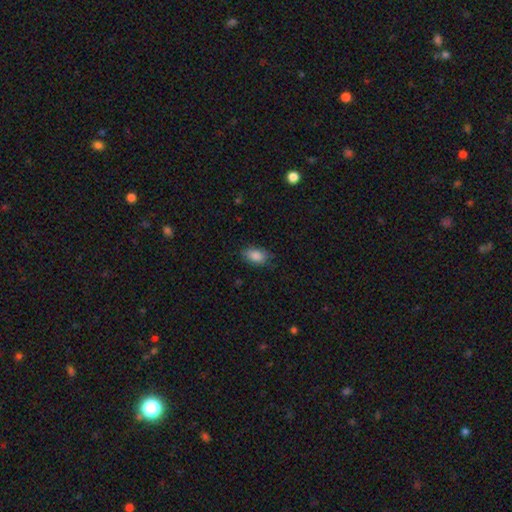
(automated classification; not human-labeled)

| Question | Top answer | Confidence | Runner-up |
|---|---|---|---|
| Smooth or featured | smooth | 87% | star or artifact (7%) |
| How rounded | in between | 90% | round (8%) |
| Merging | none | 77% | minor disturbance (18%) |